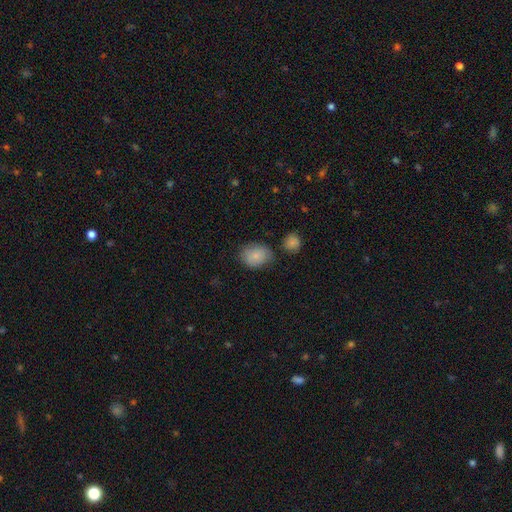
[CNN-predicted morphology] Smooth or featured? smooth (83%)
How rounded? in between (60%)
Merging? none (68%)